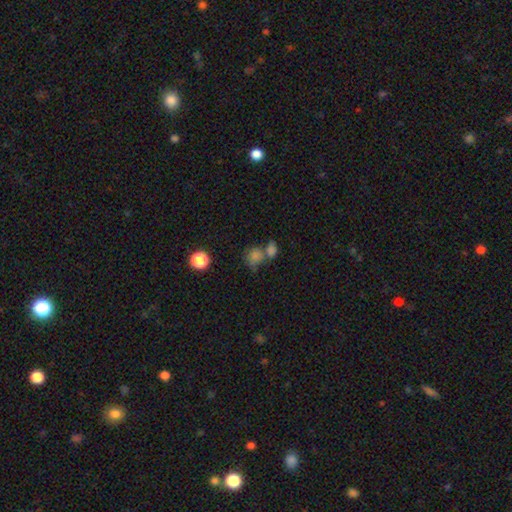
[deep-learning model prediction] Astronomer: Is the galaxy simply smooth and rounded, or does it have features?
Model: smooth — 73%.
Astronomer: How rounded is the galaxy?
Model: round — 71%.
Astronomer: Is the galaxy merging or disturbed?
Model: merger — 46% (runner-up: none, 37%).